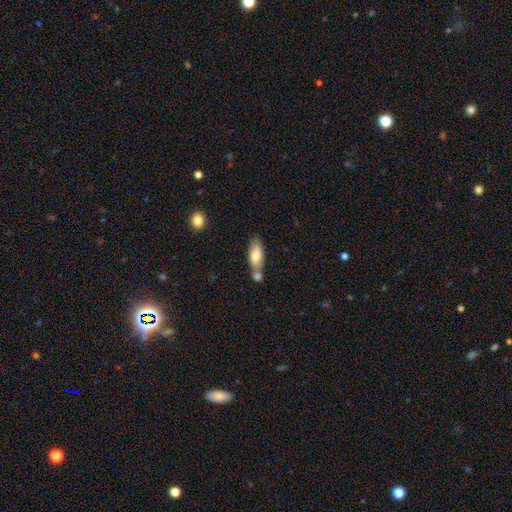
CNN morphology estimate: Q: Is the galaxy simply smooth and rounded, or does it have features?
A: smooth — 72%.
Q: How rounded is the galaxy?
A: in between — 77%.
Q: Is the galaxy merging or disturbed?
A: none — 44%.